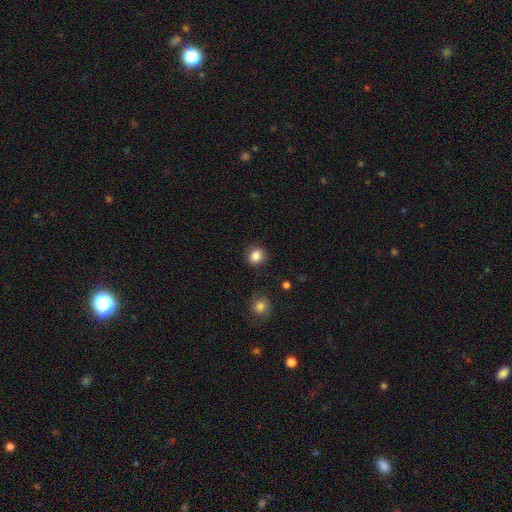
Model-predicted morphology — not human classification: type=smooth (85%); roundness=round (83%); merging=none (89%).